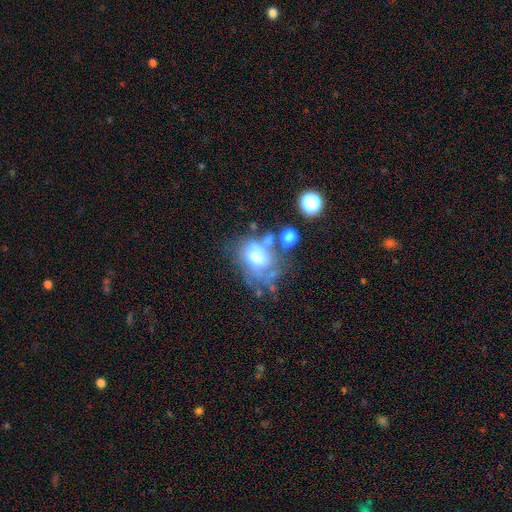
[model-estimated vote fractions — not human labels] Smooth or featured? smooth (50%)
Merging? none (31%)